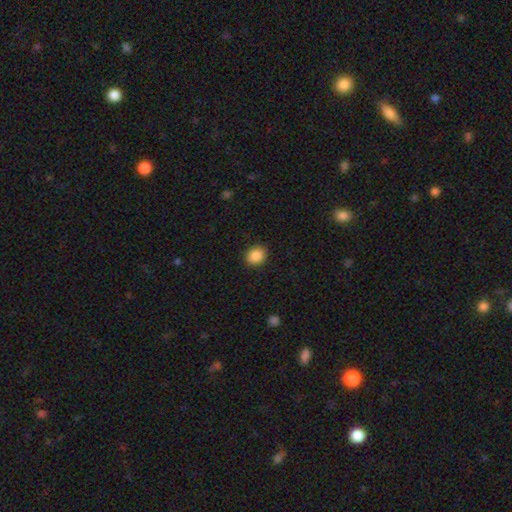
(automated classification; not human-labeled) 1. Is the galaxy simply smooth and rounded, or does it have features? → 88% smooth, 9% star or artifact, 3% featured or disk.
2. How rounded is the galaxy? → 70% round, 29% in between, 1% cigar-shaped.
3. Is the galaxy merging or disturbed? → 89% none, 8% minor disturbance, 2% major disturbance, 1% merger.